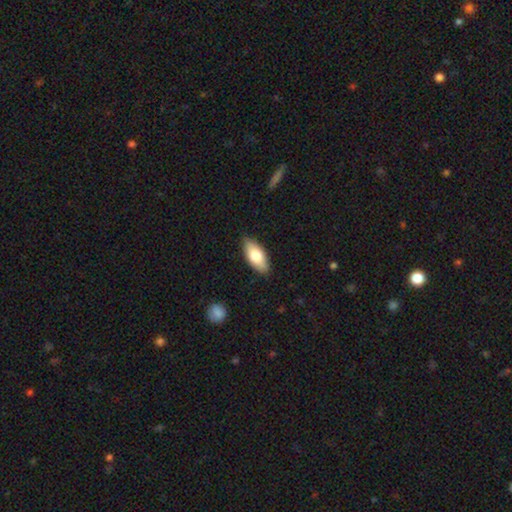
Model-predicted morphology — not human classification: The model was most divided on "smooth or featured": smooth: 76%, featured or disk: 18%, star or artifact: 6%. More confident: how rounded — in between (87%); merging — none (87%).